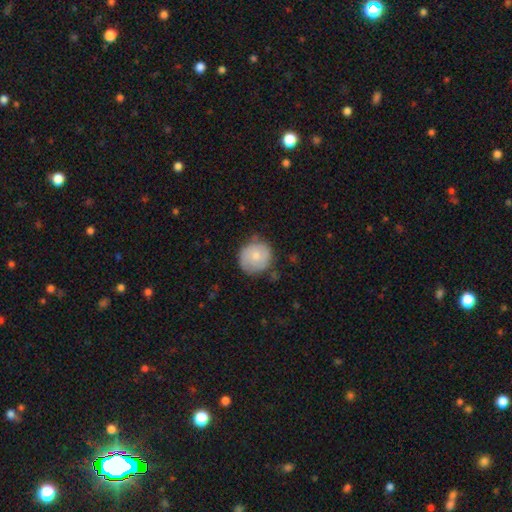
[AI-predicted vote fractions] The model was most divided on "smooth or featured": smooth: 66%, featured or disk: 27%, star or artifact: 6%. More confident: how rounded — round (90%); merging — none (69%).